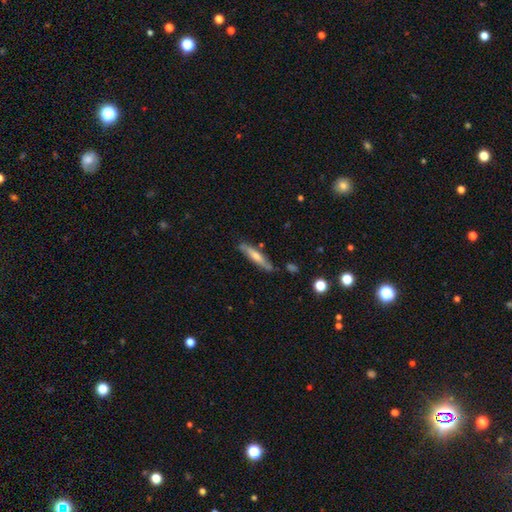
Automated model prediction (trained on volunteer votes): A featured or disk galaxy (47%). Merging: none (80%).